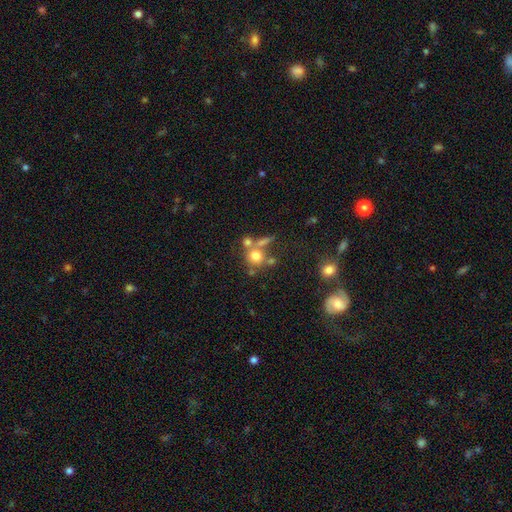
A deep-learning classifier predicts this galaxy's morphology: type=smooth (69%); roundness=round (86%); merging=none (51%).